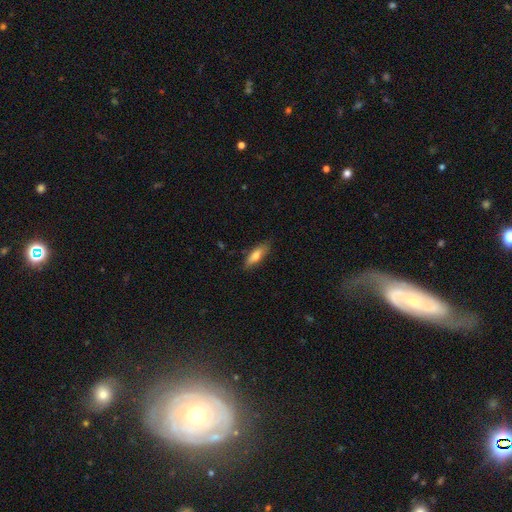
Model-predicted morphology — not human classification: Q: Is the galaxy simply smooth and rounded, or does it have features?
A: smooth — 73%.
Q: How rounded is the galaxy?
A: in between — 53%.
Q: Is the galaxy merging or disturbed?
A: none — 80%.